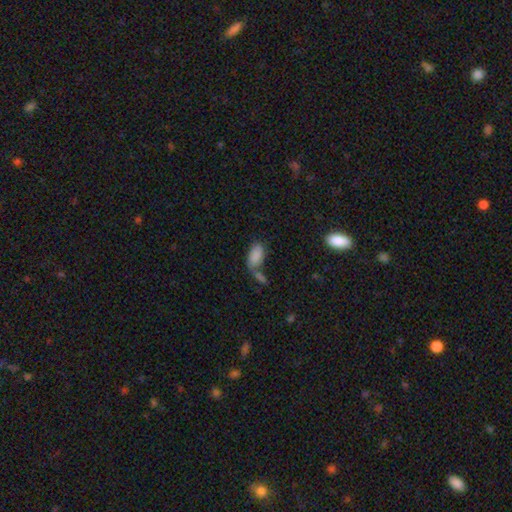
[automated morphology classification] Smooth or featured?
  - smooth: 84% *
  - star or artifact: 8%
  - featured or disk: 8%
How rounded?
  - in between: 93% *
  - cigar-shaped: 3%
  - round: 3%
Merging?
  - none: 41% *
  - merger: 36%
  - minor disturbance: 14%
  - major disturbance: 8%